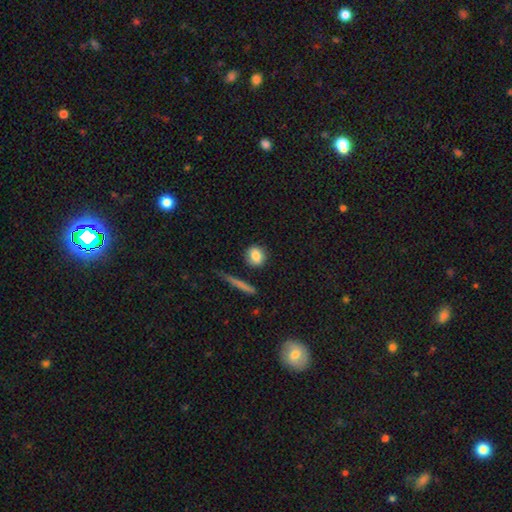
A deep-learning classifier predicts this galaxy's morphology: Smooth or featured? Predicted: smooth (p=0.83). How rounded? Predicted: round (p=0.78). Merging? Predicted: none (p=0.83).